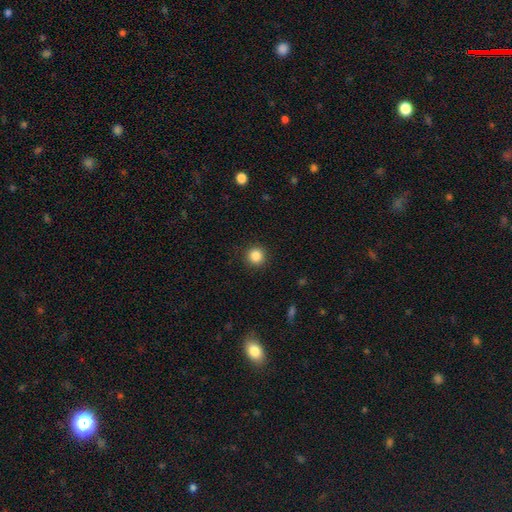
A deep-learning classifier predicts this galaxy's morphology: smooth-or-featured: smooth: 85% | star or artifact: 11% | featured or disk: 4%
  how-rounded: round: 94% | in between: 5% | cigar-shaped: 1%
  merging: none: 92% | minor disturbance: 5% | major disturbance: 2% | merger: 1%